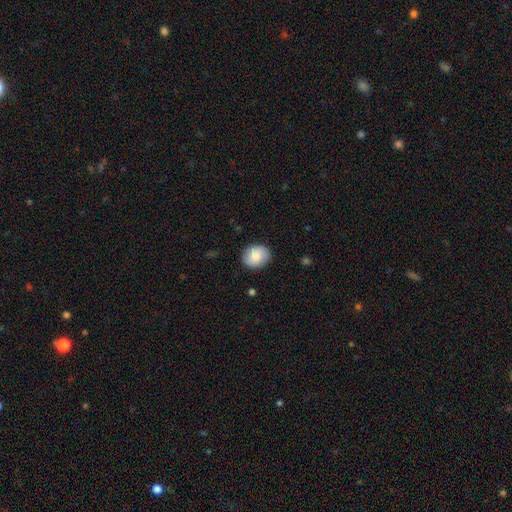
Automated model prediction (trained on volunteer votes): A smooth galaxy with no disk features (81%) that is round (56%).

Vote fractions:
- Smooth or featured? smooth: 81% / featured or disk: 12% / star or artifact: 7%
- How rounded? round: 56% / in between: 43% / cigar-shaped: 1%
- Merging? none: 86% / minor disturbance: 10% / major disturbance: 2% / merger: 1%